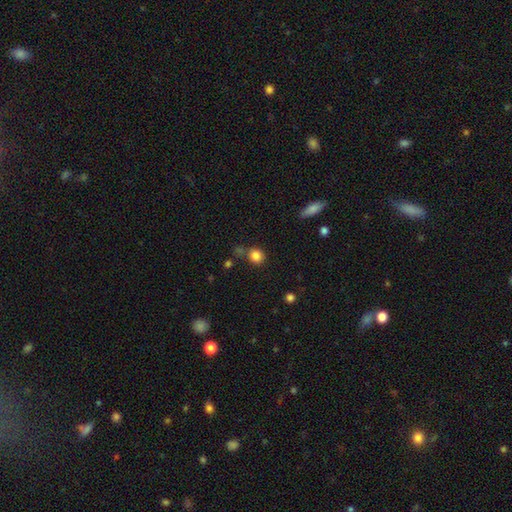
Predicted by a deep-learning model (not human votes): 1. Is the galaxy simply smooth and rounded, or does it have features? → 84% smooth, 11% star or artifact, 5% featured or disk.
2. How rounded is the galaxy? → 82% round, 16% in between, 1% cigar-shaped.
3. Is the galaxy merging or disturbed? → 72% none, 13% minor disturbance, 11% merger, 4% major disturbance.